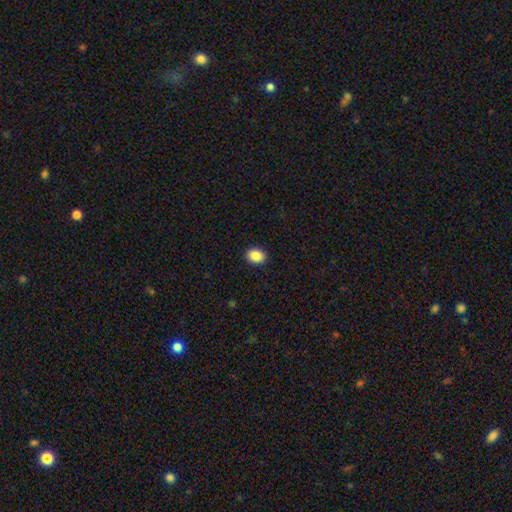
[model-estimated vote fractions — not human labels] Smooth or featured?
  - smooth: 88% *
  - star or artifact: 8%
  - featured or disk: 4%
How rounded?
  - in between: 64% *
  - round: 35%
  - cigar-shaped: 1%
Merging?
  - none: 91% *
  - minor disturbance: 6%
  - major disturbance: 2%
  - merger: 1%